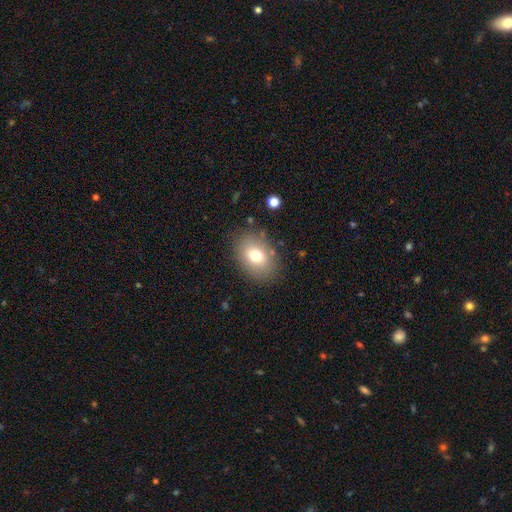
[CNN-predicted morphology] Smooth or featured: smooth — 74% (featured or disk — 15%)
How rounded: in between — 71% (round — 28%)
Merging: none — 83% (minor disturbance — 11%)